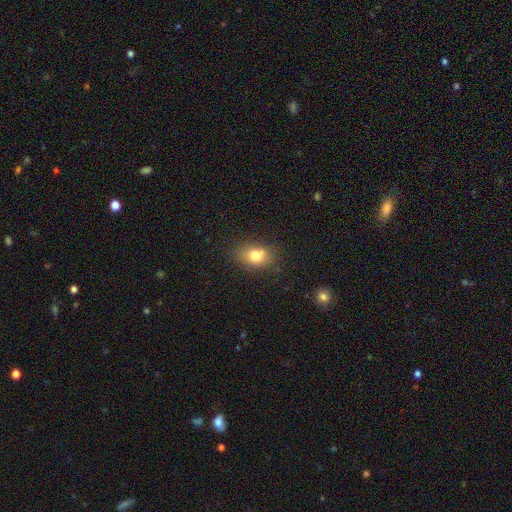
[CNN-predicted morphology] type=smooth (76%); roundness=in between (66%); merging=none (65%).